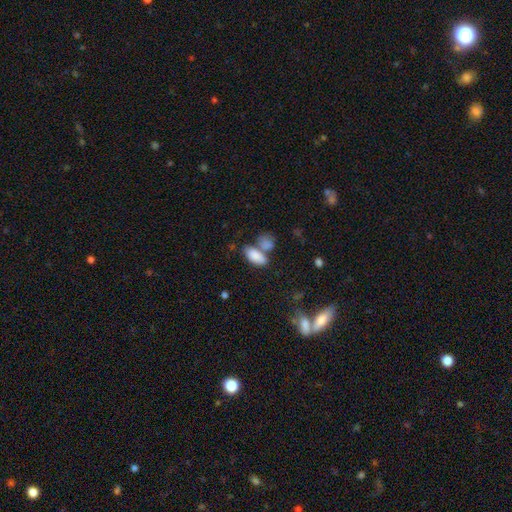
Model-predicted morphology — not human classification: smooth 85%, featured or disk 8%, star or artifact 7%. Down the decision tree: how rounded — in between (91%); merging — merger (42%).